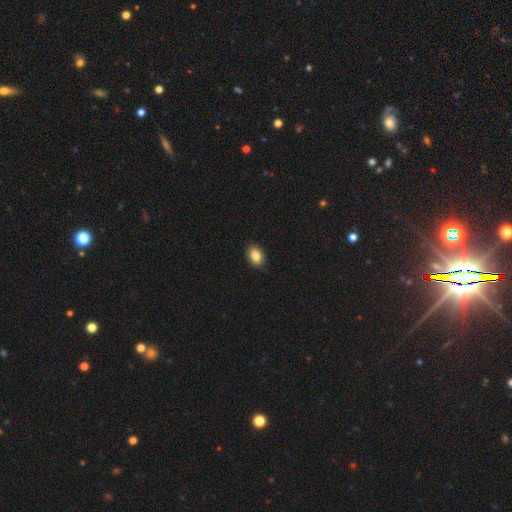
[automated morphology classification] Smooth or featured? smooth (85%)
How rounded? in between (72%)
Merging? none (89%)